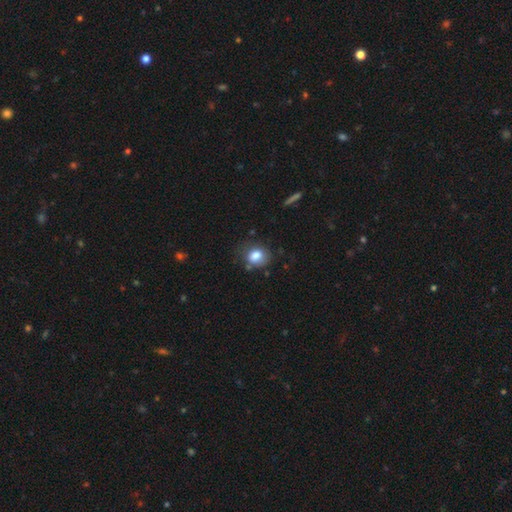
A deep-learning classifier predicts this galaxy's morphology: This appears to be a smooth galaxy with no disk features (81%) that is round (50%). Merging: none (66%).